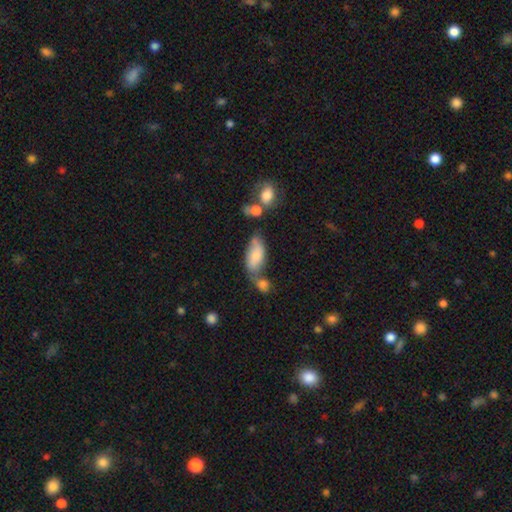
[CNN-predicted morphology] smooth-or-featured: smooth: 73% | featured or disk: 20% | star or artifact: 7%
  how-rounded: in between: 90% | cigar-shaped: 7% | round: 3%
  merging: none: 41% | merger: 32% | minor disturbance: 19% | major disturbance: 8%